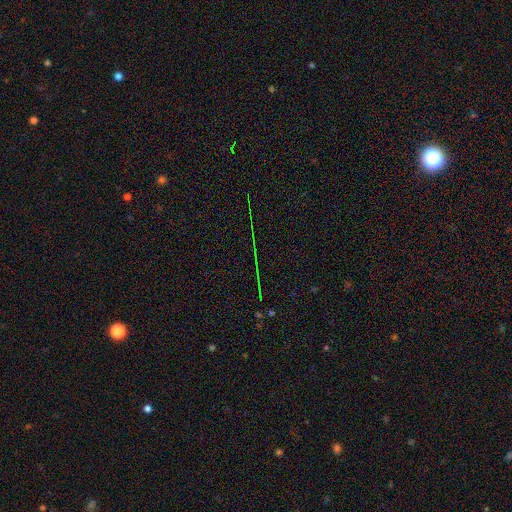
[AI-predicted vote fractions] The model was most divided on "smooth or featured": star or artifact: 77%, smooth: 12%, featured or disk: 11%.